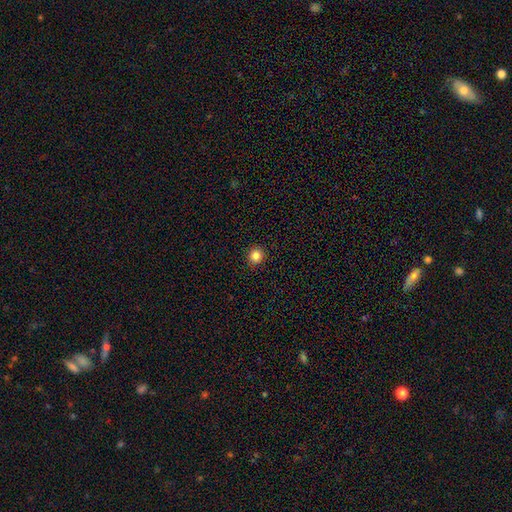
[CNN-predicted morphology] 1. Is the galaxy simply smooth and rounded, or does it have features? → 84% smooth, 12% star or artifact, 4% featured or disk.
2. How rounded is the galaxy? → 92% round, 7% in between, 1% cigar-shaped.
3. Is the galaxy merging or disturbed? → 93% none, 5% minor disturbance, 1% major disturbance, 1% merger.